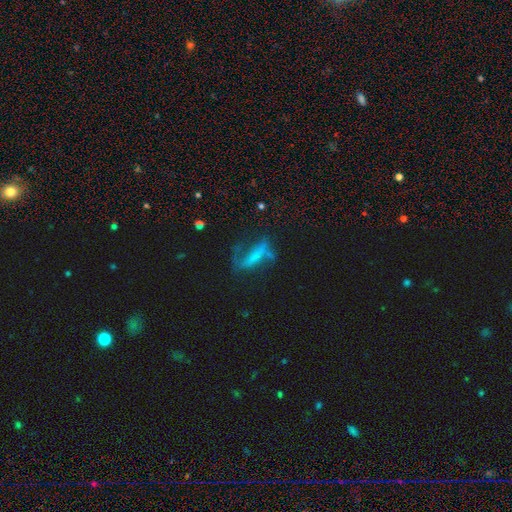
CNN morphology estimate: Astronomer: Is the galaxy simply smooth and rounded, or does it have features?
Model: featured or disk — 57%.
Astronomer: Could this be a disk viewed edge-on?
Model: no — 79%.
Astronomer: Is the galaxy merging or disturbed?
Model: none — 41% (runner-up: major disturbance, 30%).